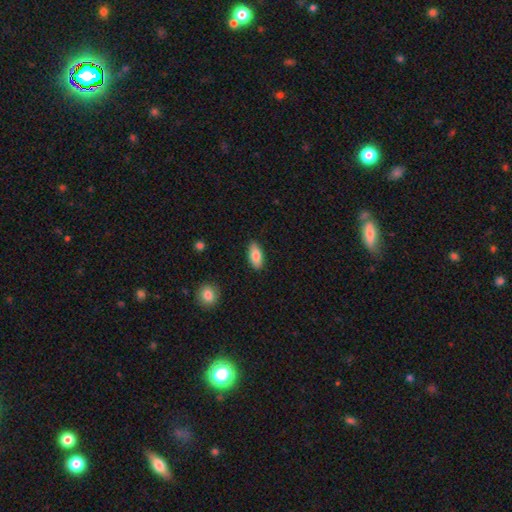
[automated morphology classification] This appears to be a smooth galaxy with no disk features (83%) that is in between round and cigar-shaped (87%). Merging: none (87%).